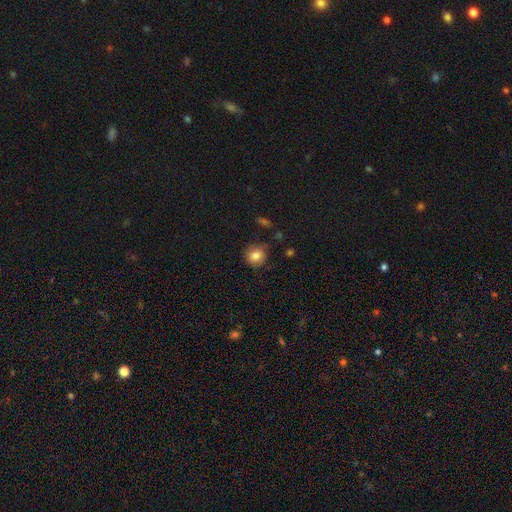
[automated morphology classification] Smooth or featured? Predicted: smooth (p=0.83). How rounded? Predicted: round (p=0.83). Merging? Predicted: none (p=0.81).